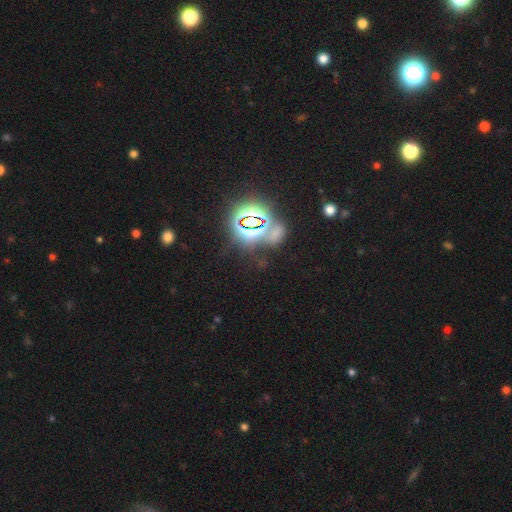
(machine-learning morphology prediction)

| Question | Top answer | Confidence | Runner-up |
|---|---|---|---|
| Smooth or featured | star or artifact | 79% | smooth (13%) |